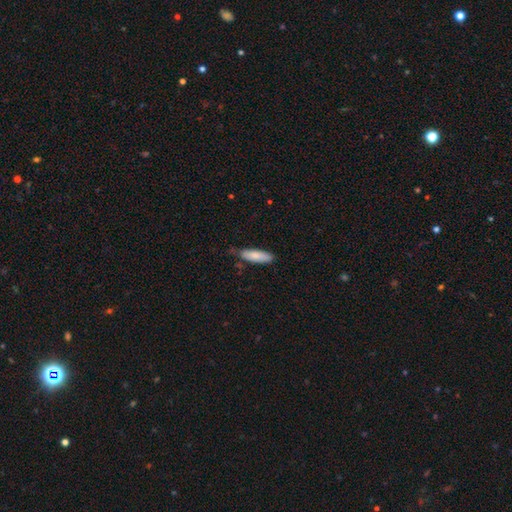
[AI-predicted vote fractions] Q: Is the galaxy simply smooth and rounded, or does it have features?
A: smooth — 83%.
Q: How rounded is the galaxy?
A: cigar-shaped — 53%.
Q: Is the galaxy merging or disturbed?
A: none — 72%.